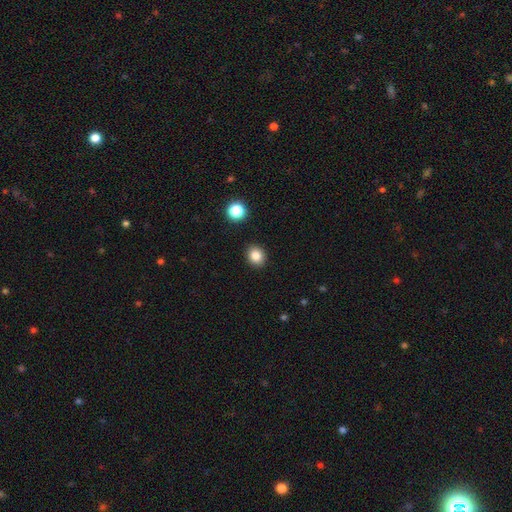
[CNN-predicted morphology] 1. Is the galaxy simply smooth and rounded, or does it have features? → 85% smooth, 11% star or artifact, 4% featured or disk.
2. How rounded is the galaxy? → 71% round, 28% in between, 1% cigar-shaped.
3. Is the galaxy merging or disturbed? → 90% none, 6% minor disturbance, 2% major disturbance, 2% merger.